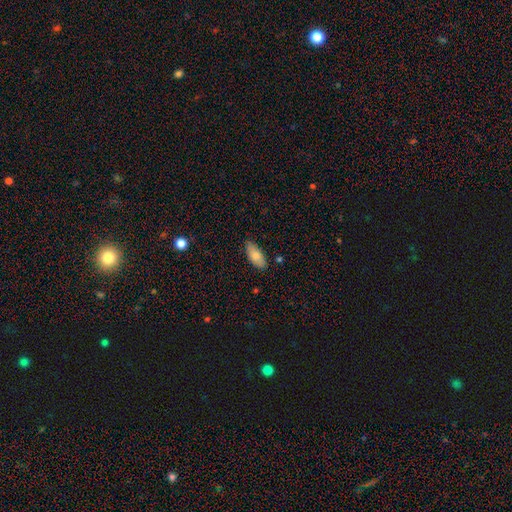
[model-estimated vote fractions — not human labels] Smooth or featured? Predicted: smooth (p=0.81). How rounded? Predicted: in between (p=0.87). Merging? Predicted: none (p=0.82).